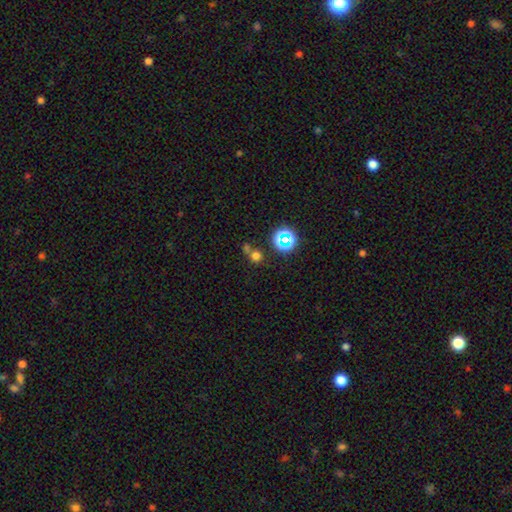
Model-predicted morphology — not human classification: This is likely a smooth galaxy (63%). How rounded: clearly round (86%). Merging: possibly none (53%).